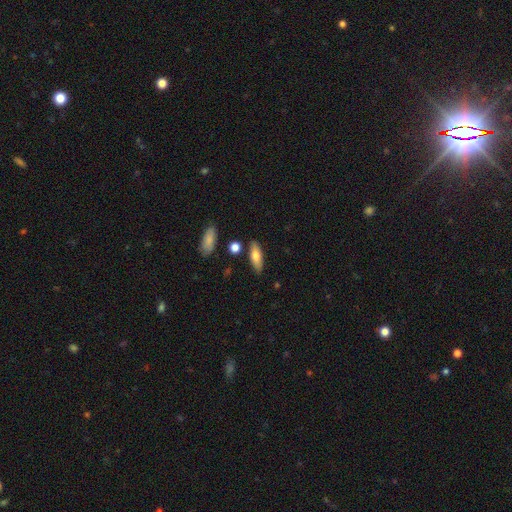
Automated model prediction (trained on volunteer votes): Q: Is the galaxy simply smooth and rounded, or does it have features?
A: smooth — 74%.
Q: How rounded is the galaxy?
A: in between — 61%.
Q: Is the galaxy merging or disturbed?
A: none — 82%.